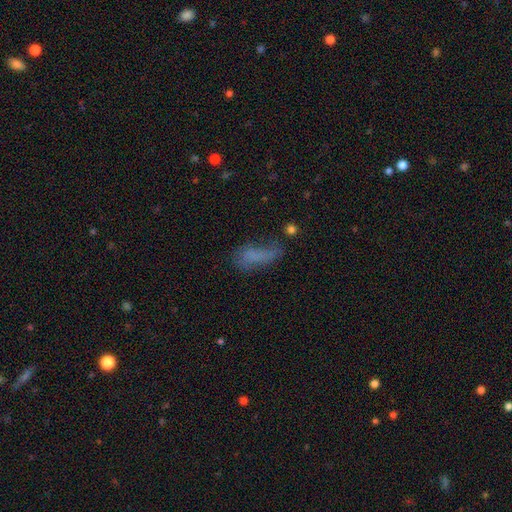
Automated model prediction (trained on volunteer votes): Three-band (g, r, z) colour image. It shows a smooth galaxy with no disk features (61%) that is in between round and cigar-shaped (72%). Merging: none (35%).